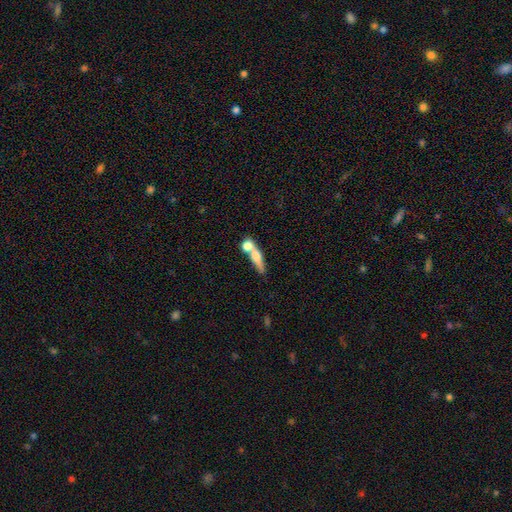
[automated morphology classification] smooth_or_featured: smooth (p=0.54) [alt: featured or disk p=0.37]
how_rounded: cigar-shaped (p=0.52) [alt: in between p=0.29]
merging: merger (p=0.50) [alt: none p=0.33]